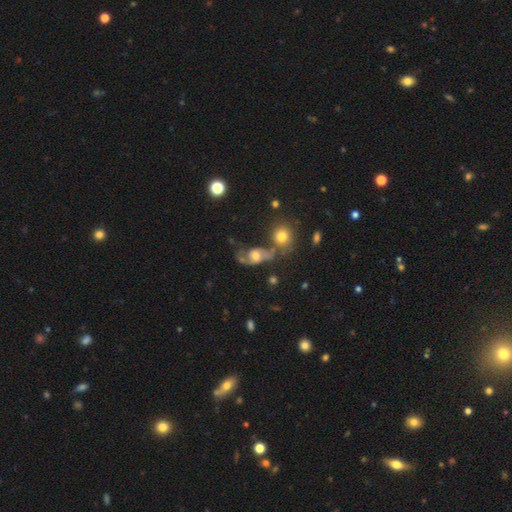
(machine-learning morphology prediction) This appears to be a featured or disk galaxy (55%) with no bar (70%), spiral arms (67%) and a moderate central bulge (65%). Merging: none (35%).